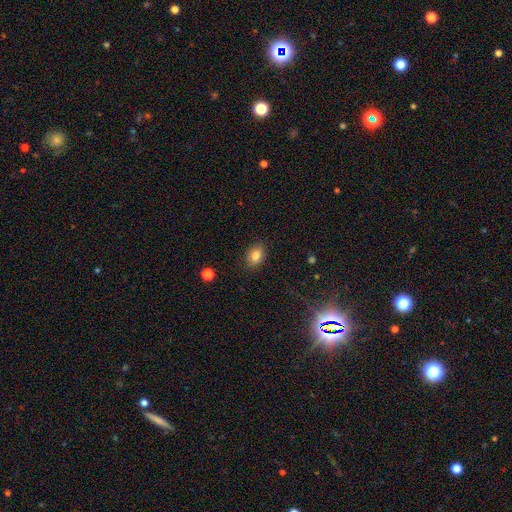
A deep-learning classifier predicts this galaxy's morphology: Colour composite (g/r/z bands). It shows a smooth galaxy with no disk features (82%) that is in between round and cigar-shaped (77%). Merging: none (86%).